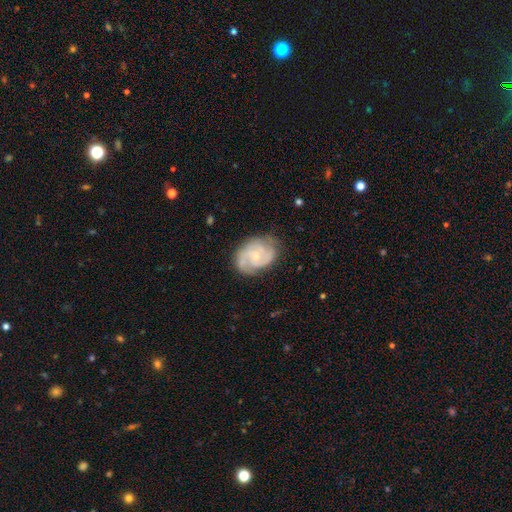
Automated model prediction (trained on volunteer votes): Smooth or featured? Predicted: featured or disk (p=0.81). Edge-on disk? Predicted: no (p=0.98). Bar? Predicted: no (p=0.64). Spiral arms? Predicted: yes (p=0.96). Spiral winding? Predicted: medium (p=0.45). Spiral arm count? Predicted: 2 (p=0.55). Bulge size? Predicted: small (p=0.67). Merging? Predicted: none (p=0.72).